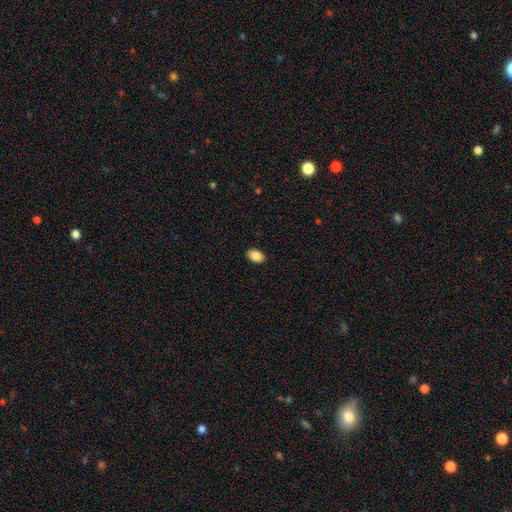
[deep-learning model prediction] Overall: smooth (87%). How rounded: in between (88%). Merging: none (89%).